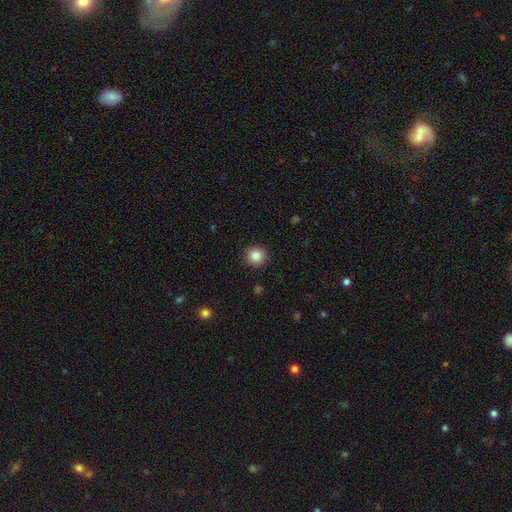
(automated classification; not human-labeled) A smooth galaxy with no disk features (85%) that is round (93%). Merging: none (92%).